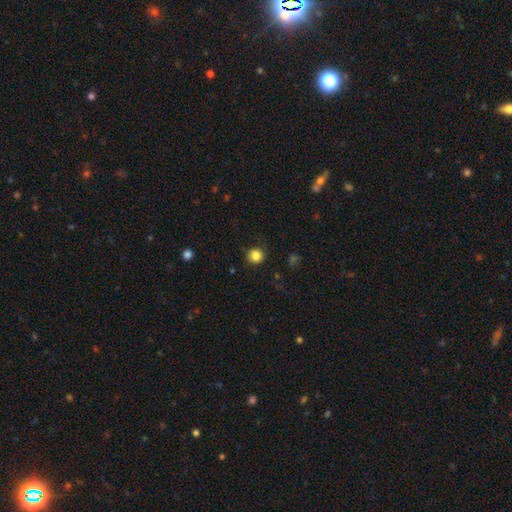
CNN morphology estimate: smooth-or-featured: smooth: 85% | star or artifact: 11% | featured or disk: 4%
  how-rounded: round: 93% | in between: 6% | cigar-shaped: 1%
  merging: none: 88% | minor disturbance: 8% | major disturbance: 3% | merger: 1%